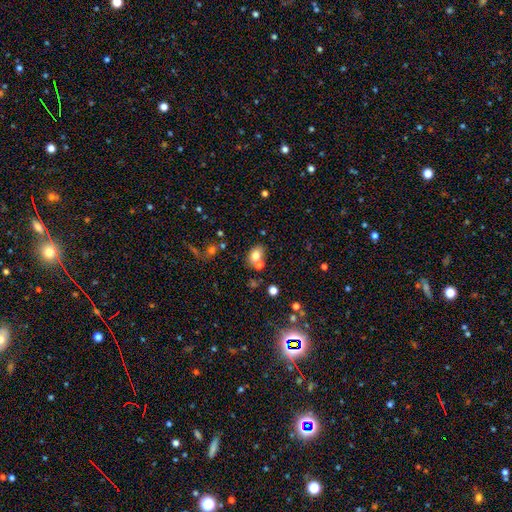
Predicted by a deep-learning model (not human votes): Smooth or featured? smooth (76%)
How rounded? in between (71%)
Merging? none (57%)